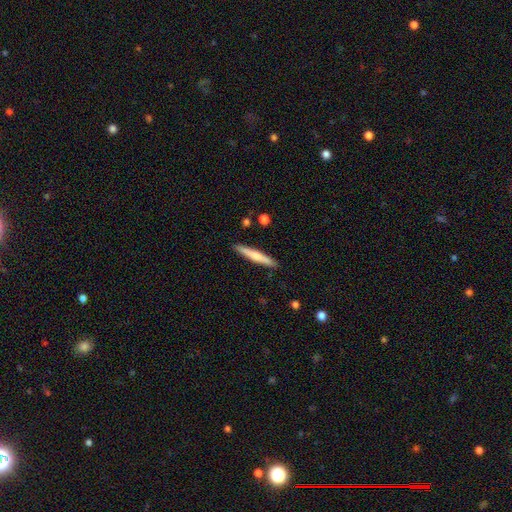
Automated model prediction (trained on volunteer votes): Smooth or featured?
  - smooth: 61% *
  - featured or disk: 34%
  - star or artifact: 5%
How rounded?
  - cigar-shaped: 94% *
  - in between: 4%
  - round: 1%
Merging?
  - none: 90% *
  - minor disturbance: 7%
  - major disturbance: 1%
  - merger: 1%